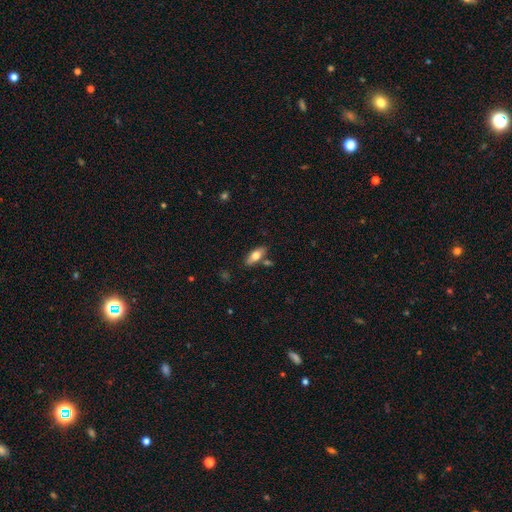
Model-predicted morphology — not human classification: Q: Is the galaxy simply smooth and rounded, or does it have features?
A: smooth — 69%.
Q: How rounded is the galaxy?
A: in between — 77%.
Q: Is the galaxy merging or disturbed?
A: none — 77%.